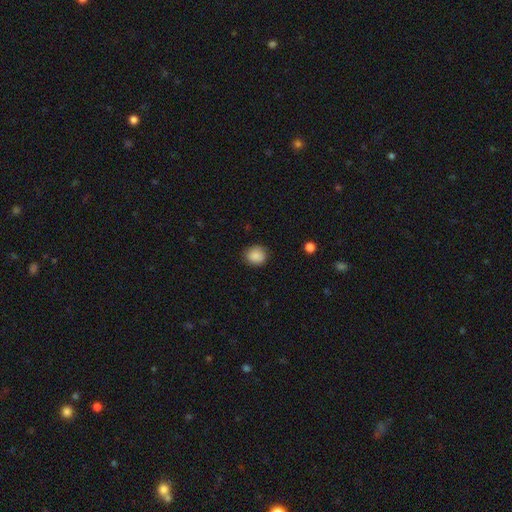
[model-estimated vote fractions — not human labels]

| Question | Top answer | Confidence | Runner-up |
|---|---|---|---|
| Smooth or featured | smooth | 88% | star or artifact (8%) |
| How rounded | round | 73% | in between (26%) |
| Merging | none | 84% | minor disturbance (12%) |